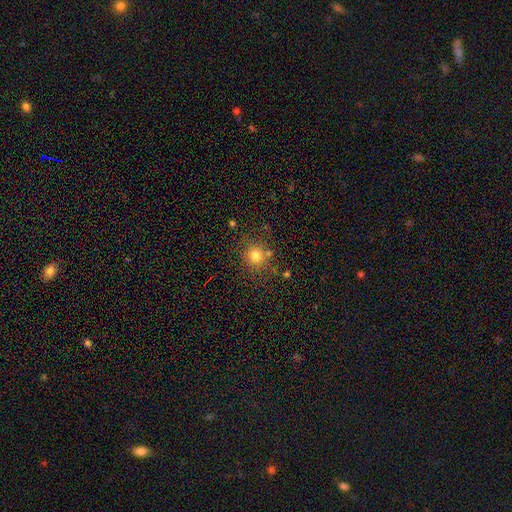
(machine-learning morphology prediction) smooth-or-featured: smooth: 77% | star or artifact: 15% | featured or disk: 7%
  how-rounded: round: 90% | in between: 10% | cigar-shaped: 1%
  merging: none: 79% | minor disturbance: 11% | merger: 6% | major disturbance: 4%